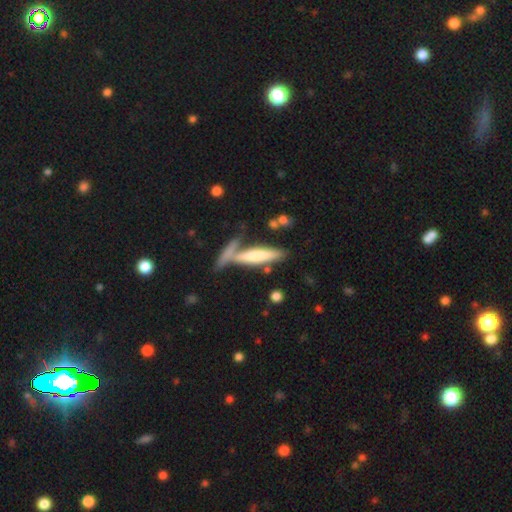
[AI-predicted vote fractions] This is likely a smooth galaxy (60%). How rounded: clearly cigar-shaped (82%). Merging: possibly none (47%).